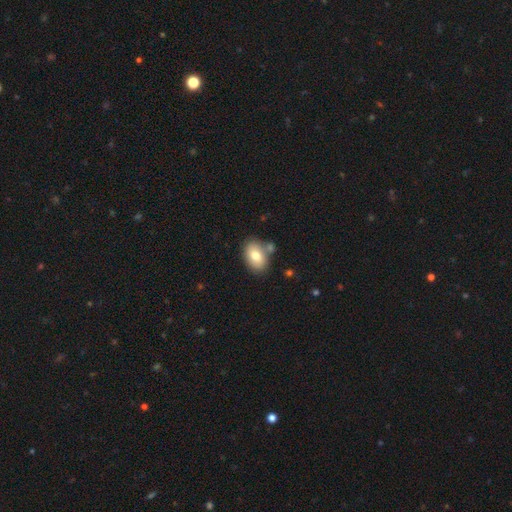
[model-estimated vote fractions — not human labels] Smooth or featured? smooth (76%)
How rounded? in between (85%)
Merging? none (70%)